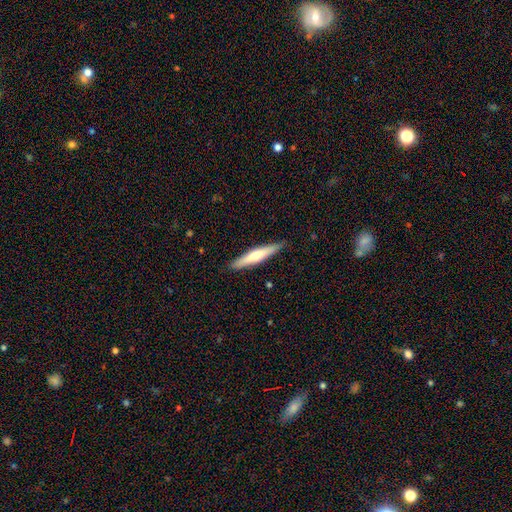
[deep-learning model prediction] A smooth galaxy with no disk features (51%) that is cigar-shaped (91%). Merging: none (88%).